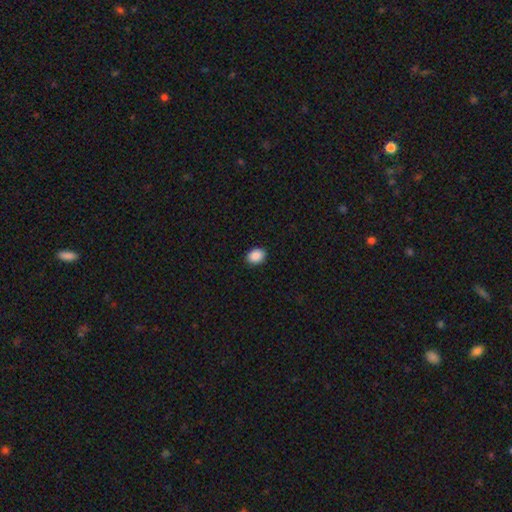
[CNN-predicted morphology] Q: Smooth or featured?
A: smooth (90%); runner-up: star or artifact (8%)
Q: How rounded?
A: in between (67%); runner-up: round (32%)
Q: Merging?
A: none (91%); runner-up: minor disturbance (6%)